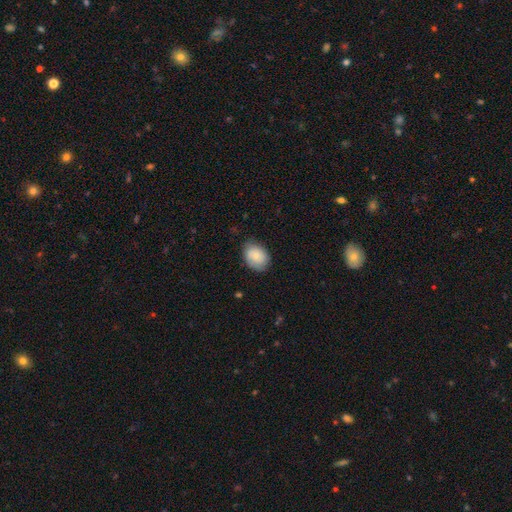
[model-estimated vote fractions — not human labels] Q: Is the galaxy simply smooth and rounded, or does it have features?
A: smooth — 82%.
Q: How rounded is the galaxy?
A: in between — 70%.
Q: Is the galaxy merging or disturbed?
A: none — 76%.